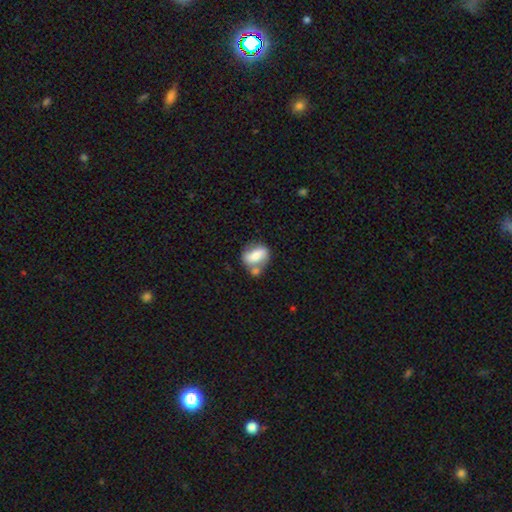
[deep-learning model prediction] Q: Smooth or featured?
A: smooth (57%); runner-up: featured or disk (36%)
Q: How rounded?
A: in between (69%); runner-up: round (27%)
Q: Merging?
A: none (44%); runner-up: merger (29%)